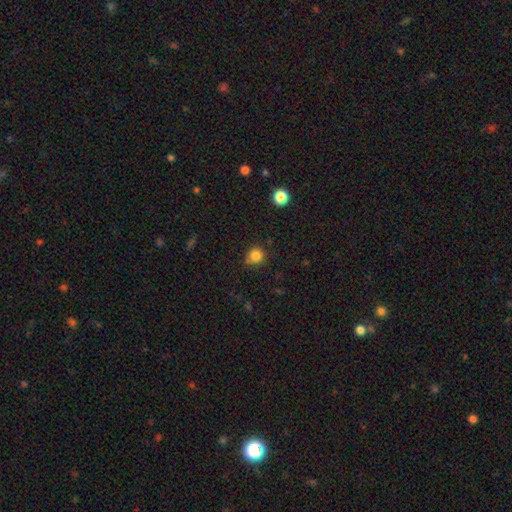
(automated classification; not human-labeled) A smooth galaxy with no disk features (82%) that is round (91%).

Vote fractions:
- Smooth or featured? smooth: 82% / star or artifact: 13% / featured or disk: 5%
- How rounded? round: 91% / in between: 8% / cigar-shaped: 1%
- Merging? none: 78% / minor disturbance: 13% / merger: 6% / major disturbance: 3%